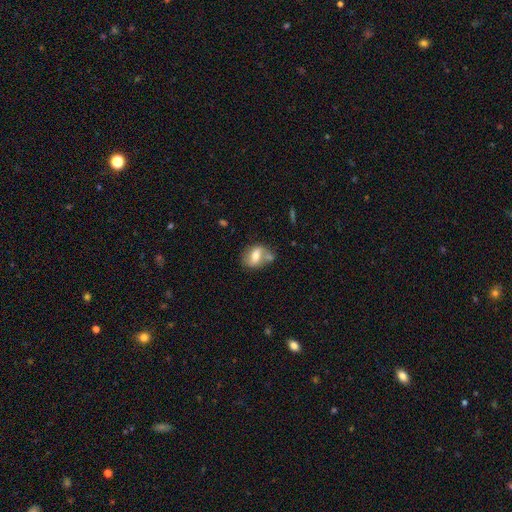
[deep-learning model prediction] This appears to be a smooth galaxy with no disk features (57%) that is in between round and cigar-shaped (72%). Merging: none (43%).